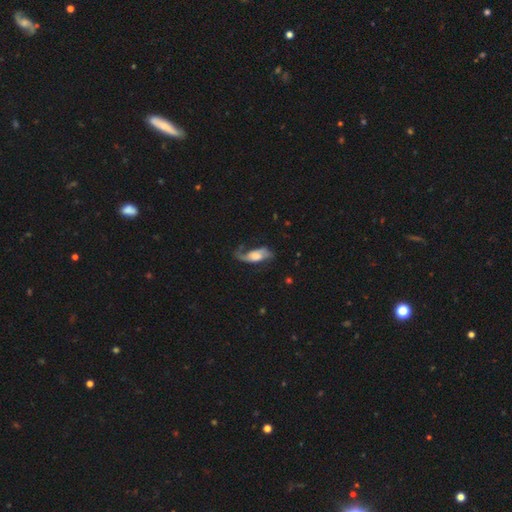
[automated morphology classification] Smooth or featured? Predicted: featured or disk (p=0.74). Edge-on disk? Predicted: no (p=0.91). Bar? Predicted: no (p=0.58). Spiral arms? Predicted: yes (p=0.92). Spiral winding? Predicted: loose (p=0.61). Spiral arm count? Predicted: 2 (p=0.77). Bulge size? Predicted: large (p=0.36). Merging? Predicted: none (p=0.51).